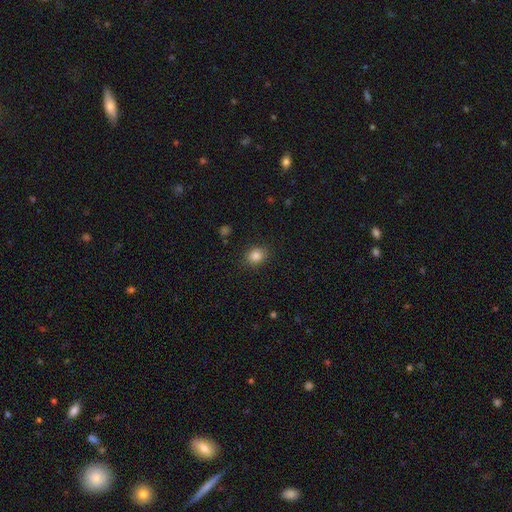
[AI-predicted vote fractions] smooth_or_featured: smooth (p=0.85) [alt: star or artifact p=0.11]
how_rounded: round (p=0.67) [alt: in between p=0.33]
merging: none (p=0.88) [alt: minor disturbance p=0.08]